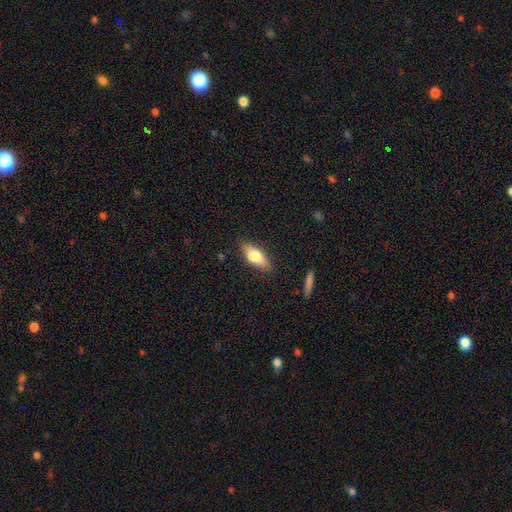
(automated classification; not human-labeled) smooth_or_featured: smooth (p=0.74) [alt: featured or disk p=0.19]
how_rounded: in between (p=0.76) [alt: cigar-shaped p=0.21]
merging: none (p=0.79) [alt: minor disturbance p=0.15]